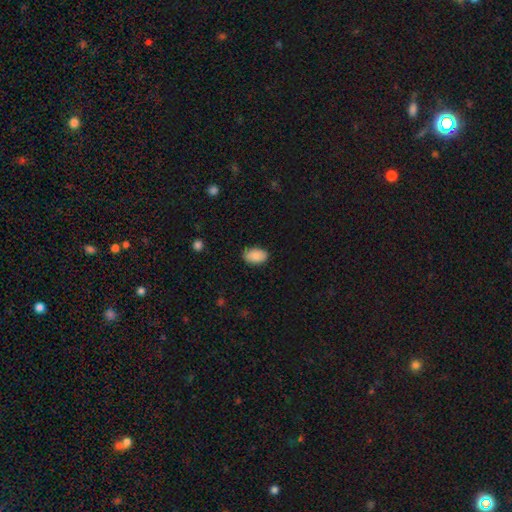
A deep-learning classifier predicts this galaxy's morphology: The model was most divided on "merging": none: 86%, minor disturbance: 11%, major disturbance: 2%, merger: 1%. More confident: how rounded — in between (92%); smooth or featured — smooth (89%).